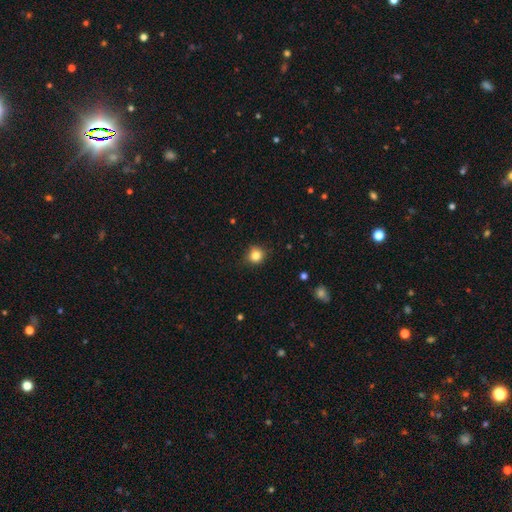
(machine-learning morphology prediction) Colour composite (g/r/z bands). It shows a smooth galaxy with no disk features (83%) that is round (88%). Merging: none (84%).